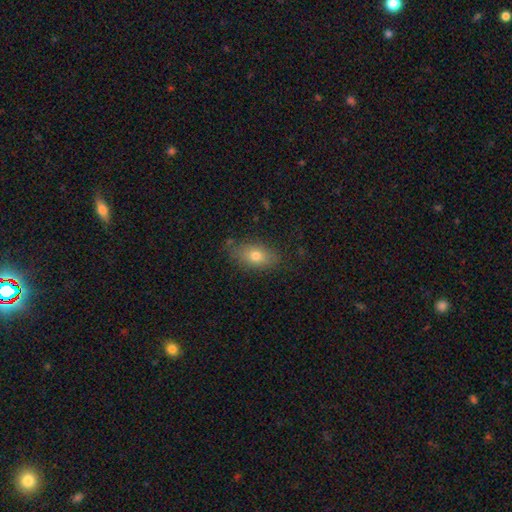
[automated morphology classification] A smooth galaxy with no disk features (74%) that is in between round and cigar-shaped (84%).

Vote fractions:
- Smooth or featured? smooth: 74% / featured or disk: 17% / star or artifact: 10%
- How rounded? in between: 84% / round: 10% / cigar-shaped: 6%
- Merging? none: 78% / minor disturbance: 16% / major disturbance: 4% / merger: 2%